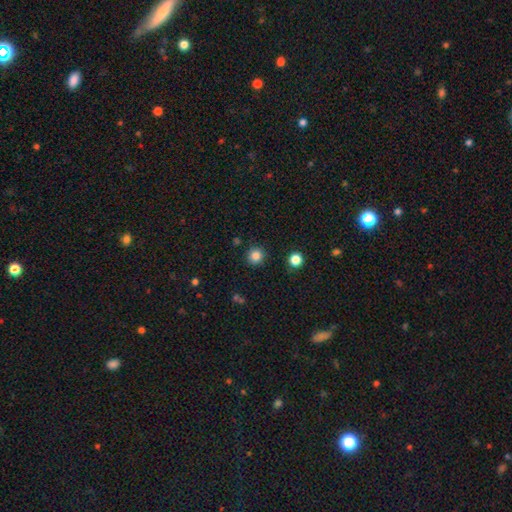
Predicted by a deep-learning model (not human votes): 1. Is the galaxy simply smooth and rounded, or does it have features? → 83% smooth, 12% star or artifact, 5% featured or disk.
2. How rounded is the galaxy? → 94% round, 5% in between, 1% cigar-shaped.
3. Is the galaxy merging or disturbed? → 91% none, 6% minor disturbance, 2% major disturbance, 2% merger.